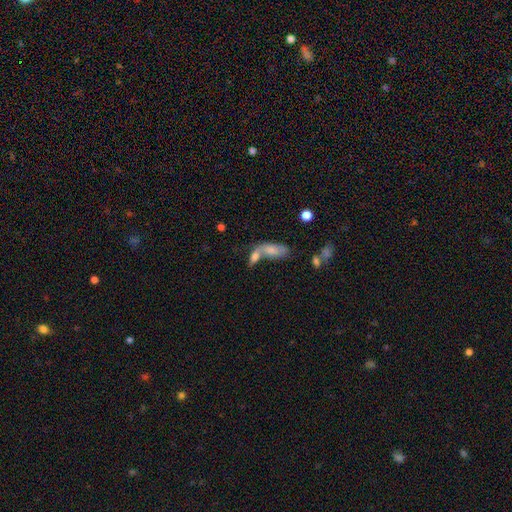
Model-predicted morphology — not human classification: Smooth or featured: smooth — 67% (featured or disk — 22%)
How rounded: in between — 75% (cigar-shaped — 18%)
Merging: merger — 57% (none — 26%)